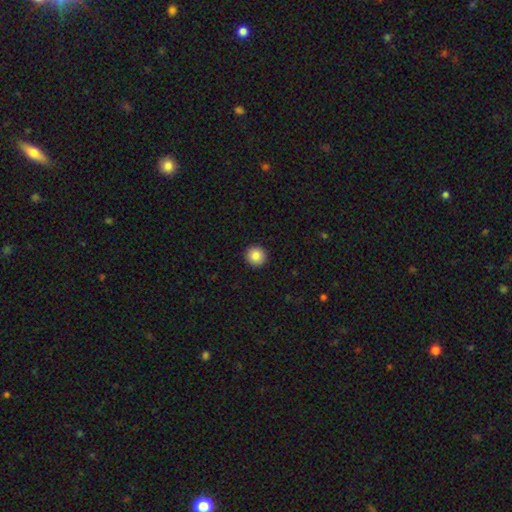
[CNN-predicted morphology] type=smooth (86%); roundness=round (94%); merging=none (93%).